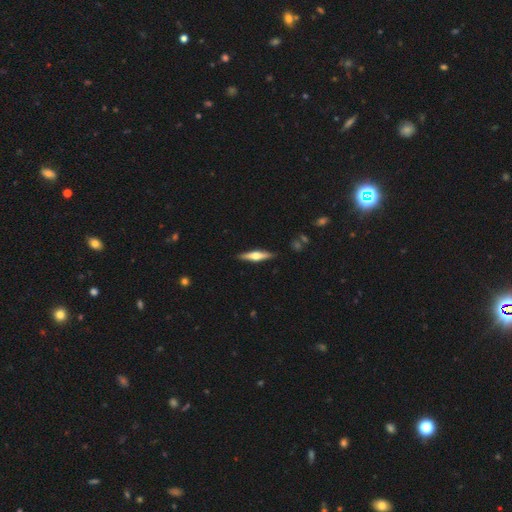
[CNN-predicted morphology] This appears to be a featured or disk galaxy (60%) viewed edge-on (96%) with a rounded central bulge (92%). Merging: none (90%).